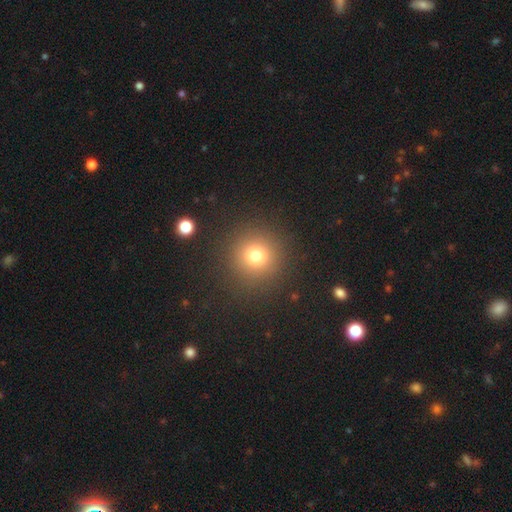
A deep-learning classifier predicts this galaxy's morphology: Smooth or featured: smooth — 75% (star or artifact — 17%)
How rounded: round — 94% (in between — 5%)
Merging: none — 89% (minor disturbance — 6%)